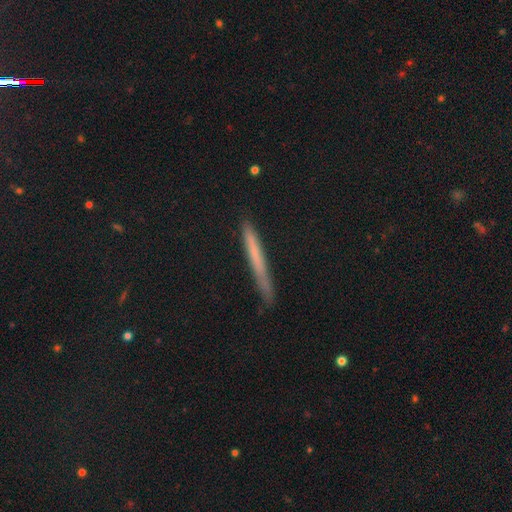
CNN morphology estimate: Q: Smooth or featured?
A: smooth (63%); runner-up: featured or disk (30%)
Q: How rounded?
A: cigar-shaped (97%); runner-up: in between (2%)
Q: Merging?
A: none (81%); runner-up: minor disturbance (15%)